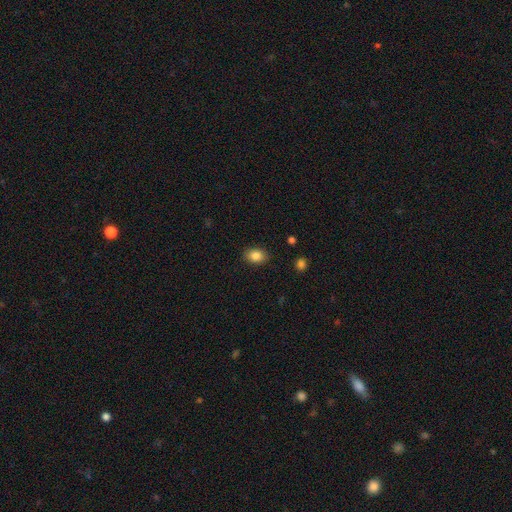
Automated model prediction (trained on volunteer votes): Smooth or featured? Predicted: smooth (p=0.86). How rounded? Predicted: in between (p=0.74). Merging? Predicted: none (p=0.87).